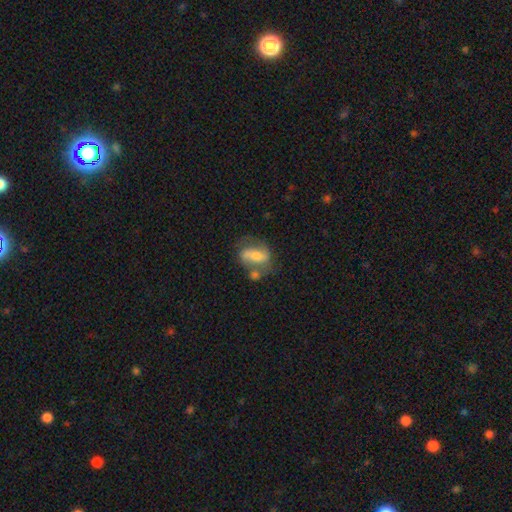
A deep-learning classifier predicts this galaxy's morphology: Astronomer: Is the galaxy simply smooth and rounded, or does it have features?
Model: featured or disk — 50% (runner-up: smooth, 42%).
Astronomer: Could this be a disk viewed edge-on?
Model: no — 91%.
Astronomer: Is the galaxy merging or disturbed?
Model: none — 49%.